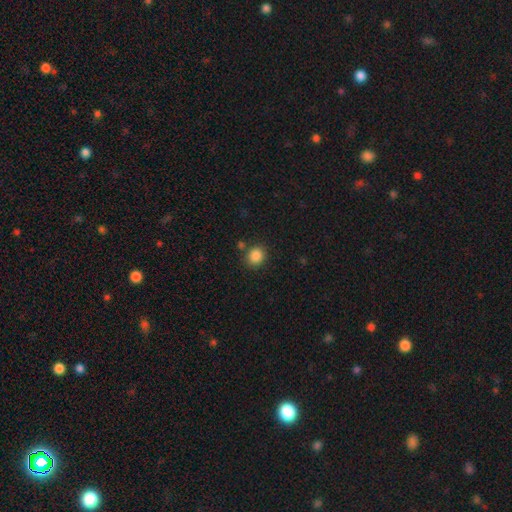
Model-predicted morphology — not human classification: A smooth galaxy with no disk features (86%) that is round (80%). Merging: none (82%).